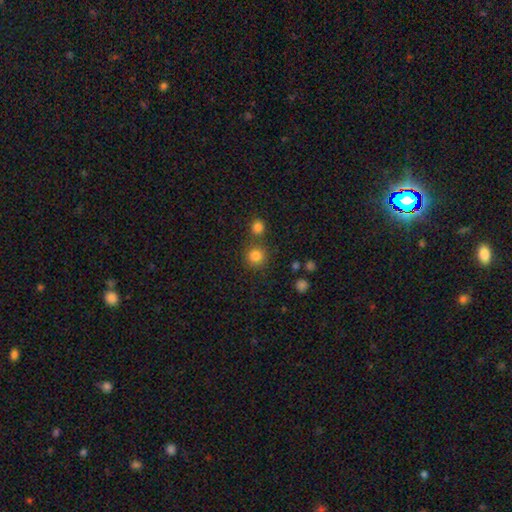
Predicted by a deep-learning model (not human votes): This appears to be a smooth galaxy with no disk features (82%) that is round (93%). Merging: none (75%).